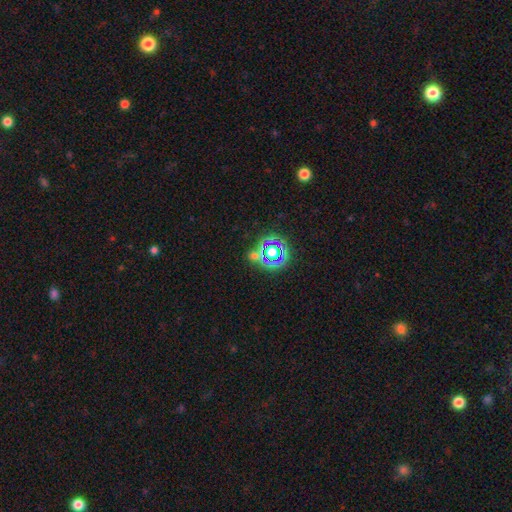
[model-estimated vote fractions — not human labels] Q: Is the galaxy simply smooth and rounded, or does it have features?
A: star or artifact — 61%.